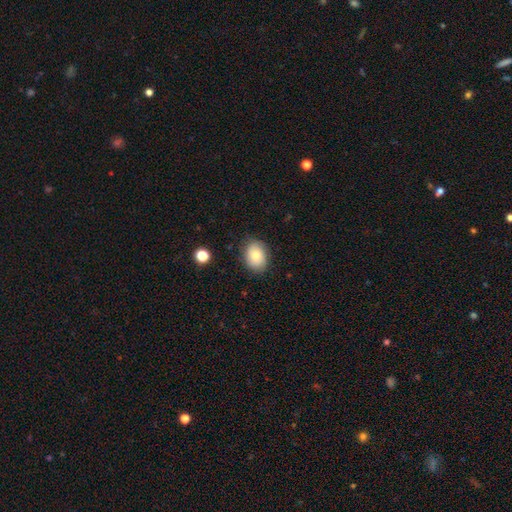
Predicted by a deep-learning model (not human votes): A smooth galaxy with no disk features (78%) that is in between round and cigar-shaped (67%). Merging: none (83%).